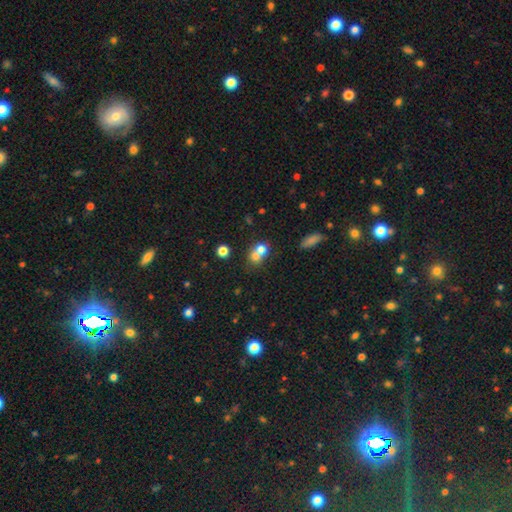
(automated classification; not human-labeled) Overall: smooth (69%). How rounded: round (71%). Merging: merger (61%; none 30%).